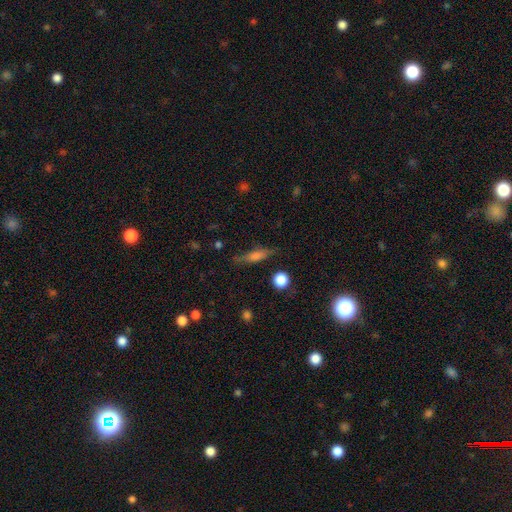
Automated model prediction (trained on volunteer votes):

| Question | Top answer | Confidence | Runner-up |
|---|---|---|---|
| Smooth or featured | smooth | 49% | featured or disk (38%) |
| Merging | none | 81% | minor disturbance (14%) |